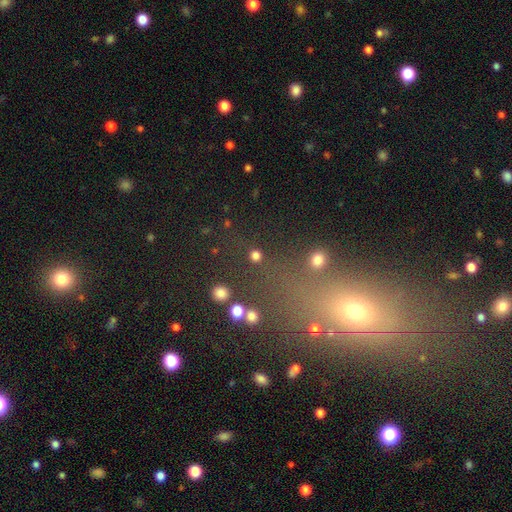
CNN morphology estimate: Q: Smooth or featured?
A: smooth (79%); runner-up: star or artifact (16%)
Q: How rounded?
A: round (92%); runner-up: in between (7%)
Q: Merging?
A: none (85%); runner-up: minor disturbance (7%)